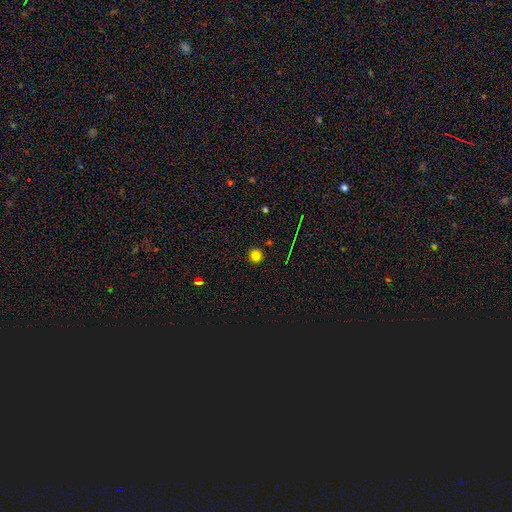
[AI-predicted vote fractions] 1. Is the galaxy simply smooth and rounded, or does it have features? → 79% smooth, 15% star or artifact, 6% featured or disk.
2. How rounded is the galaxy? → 92% round, 7% in between, 1% cigar-shaped.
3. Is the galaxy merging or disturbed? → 90% none, 7% minor disturbance, 2% major disturbance, 2% merger.